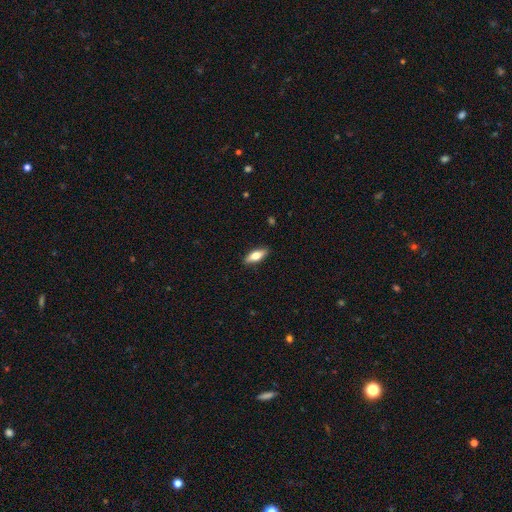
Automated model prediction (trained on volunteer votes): Smooth or featured? smooth (66%)
How rounded? in between (64%)
Merging? none (88%)